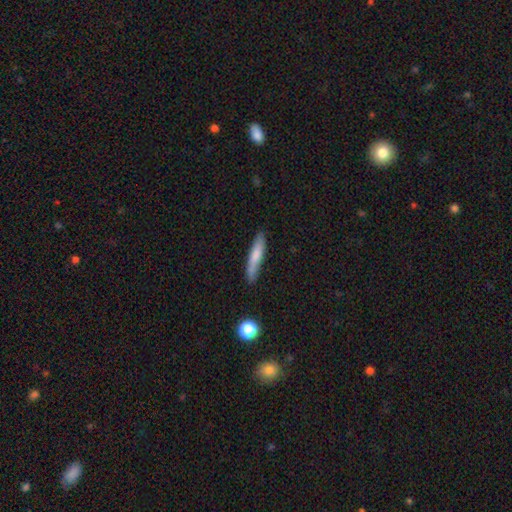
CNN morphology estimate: Q: Smooth or featured?
A: smooth (73%); runner-up: featured or disk (21%)
Q: How rounded?
A: cigar-shaped (89%); runner-up: in between (10%)
Q: Merging?
A: none (81%); runner-up: minor disturbance (14%)